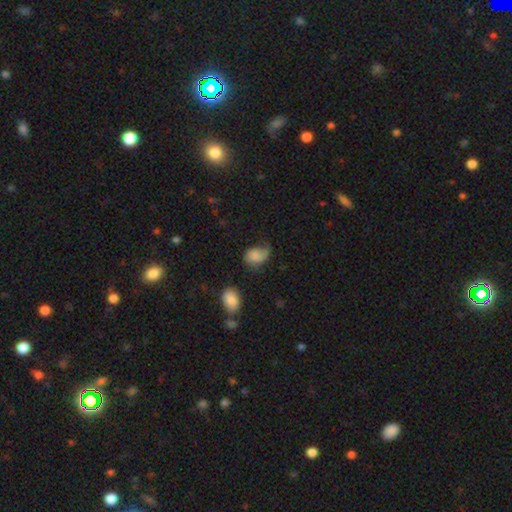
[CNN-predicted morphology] Smooth or featured?
  - smooth: 59% *
  - featured or disk: 32%
  - star or artifact: 9%
How rounded?
  - in between: 70% *
  - round: 28%
  - cigar-shaped: 1%
Merging?
  - major disturbance: 32% * (tied)
  - none: 32% * (tied)
  - minor disturbance: 31%
  - merger: 4%